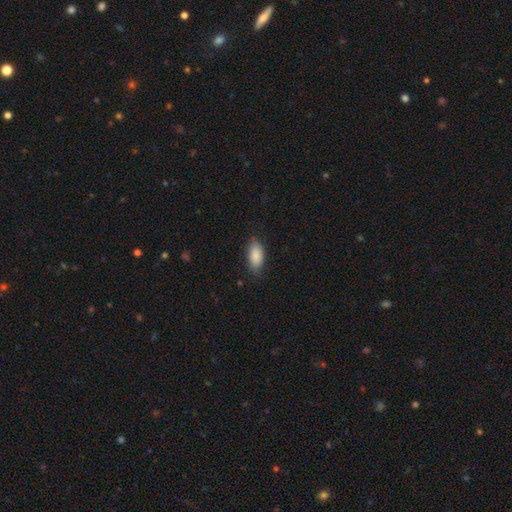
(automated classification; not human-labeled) A smooth galaxy with no disk features (88%) that is in between round and cigar-shaped (90%). Merging: none (78%).